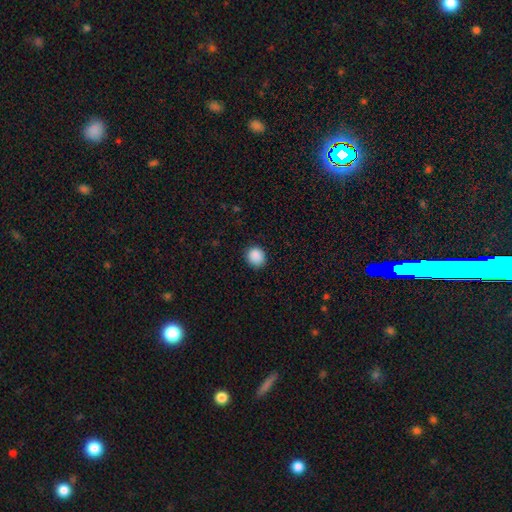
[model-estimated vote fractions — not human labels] Smooth or featured? smooth (89%)
How rounded? round (82%)
Merging? none (88%)